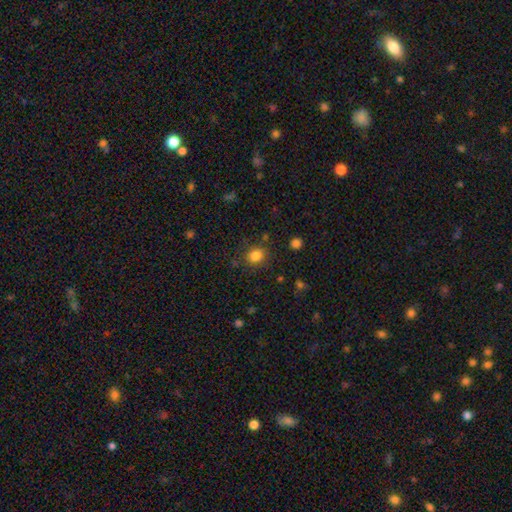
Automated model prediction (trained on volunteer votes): The model was most divided on "how rounded": round: 75%, in between: 24%, cigar-shaped: 1%. More confident: smooth or featured — smooth (83%); merging — none (83%).